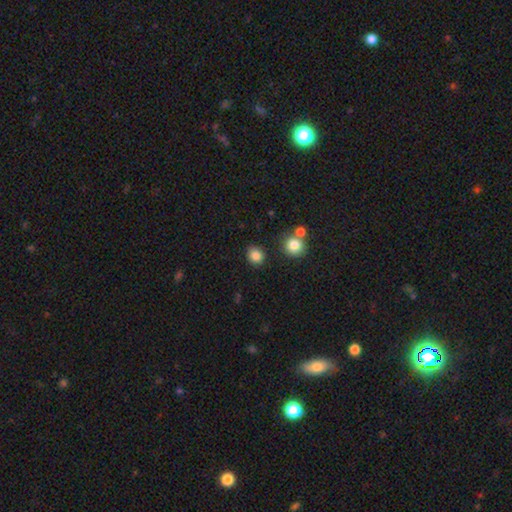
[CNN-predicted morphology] Smooth or featured: smooth — 85% (star or artifact — 11%)
How rounded: round — 72% (in between — 27%)
Merging: none — 83% (minor disturbance — 10%)